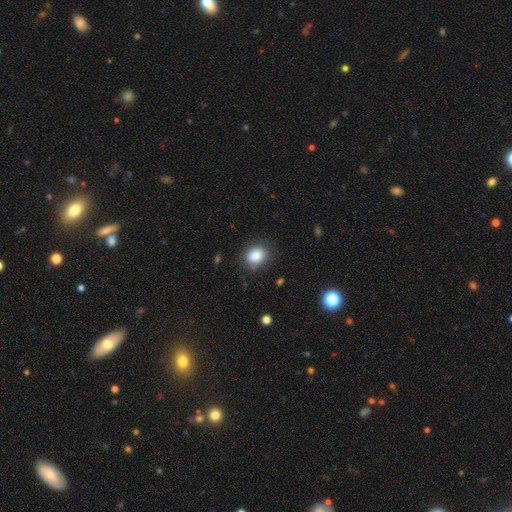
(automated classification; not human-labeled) smooth 86%, star or artifact 9%, featured or disk 6%. Down the decision tree: how rounded — round (54%); merging — none (77%).